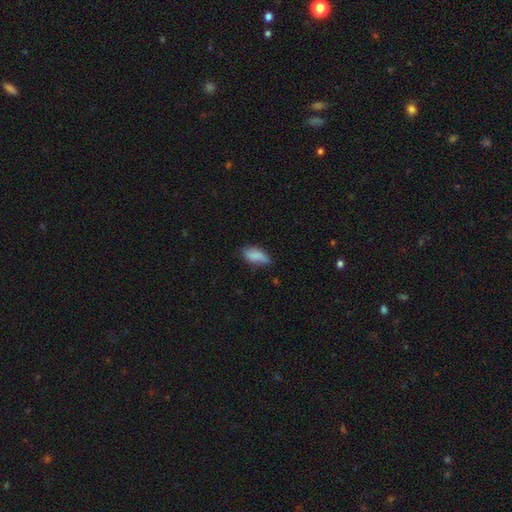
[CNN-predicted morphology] smooth 81%, featured or disk 11%, star or artifact 8%. Down the decision tree: how rounded — in between (87%); merging — none (52%).